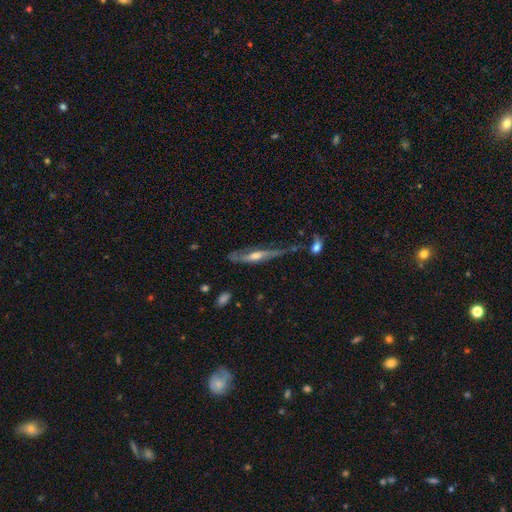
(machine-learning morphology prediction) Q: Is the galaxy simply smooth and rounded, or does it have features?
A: featured or disk — 63%.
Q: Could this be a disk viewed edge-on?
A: yes — 72%.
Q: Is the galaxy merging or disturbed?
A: none — 36%.